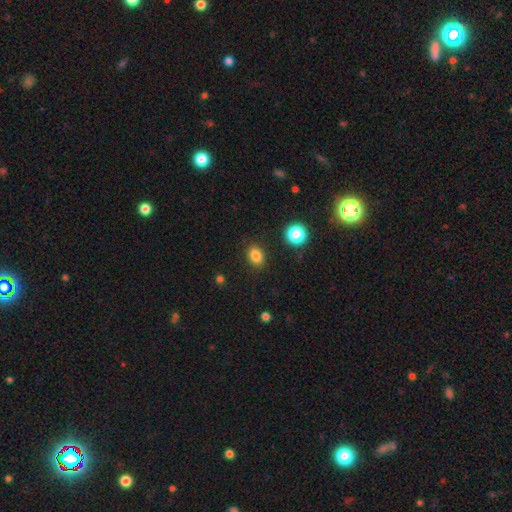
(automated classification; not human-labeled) Smooth or featured? Predicted: smooth (p=0.83). How rounded? Predicted: in between (p=0.65). Merging? Predicted: none (p=0.87).